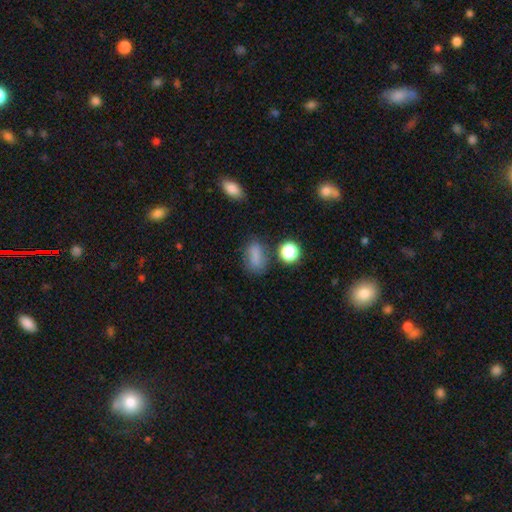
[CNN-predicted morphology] smooth-or-featured: smooth: 78% | star or artifact: 13% | featured or disk: 9%
  how-rounded: in between: 76% | round: 18% | cigar-shaped: 7%
  merging: none: 67% | minor disturbance: 19% | major disturbance: 7% | merger: 7%